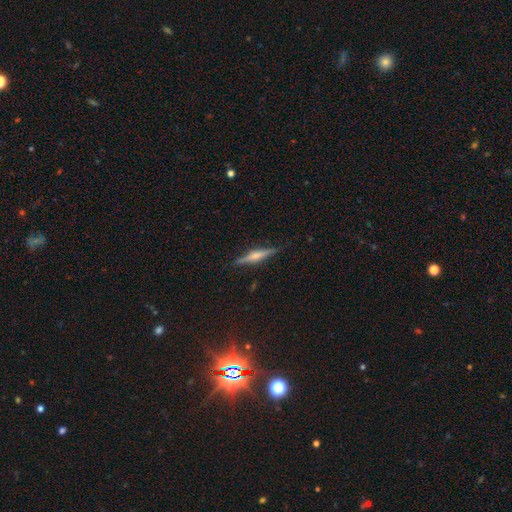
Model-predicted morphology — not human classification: smooth_or_featured: featured or disk (p=0.68) [alt: smooth p=0.24]
disk_edge_on: yes (p=0.98) [alt: no p=0.02]
edge_on_bulge: rounded (p=0.76) [alt: boxy p=0.13]
merging: none (p=0.89) [alt: minor disturbance p=0.08]